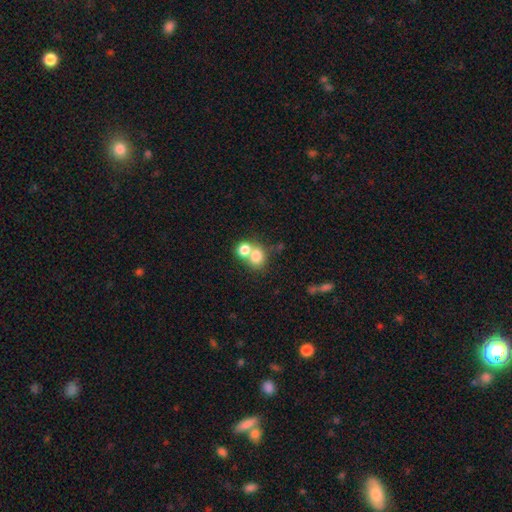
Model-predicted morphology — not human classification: Q: Smooth or featured?
A: smooth (76%); runner-up: featured or disk (13%)
Q: How rounded?
A: round (67%); runner-up: in between (32%)
Q: Merging?
A: merger (58%); runner-up: none (33%)